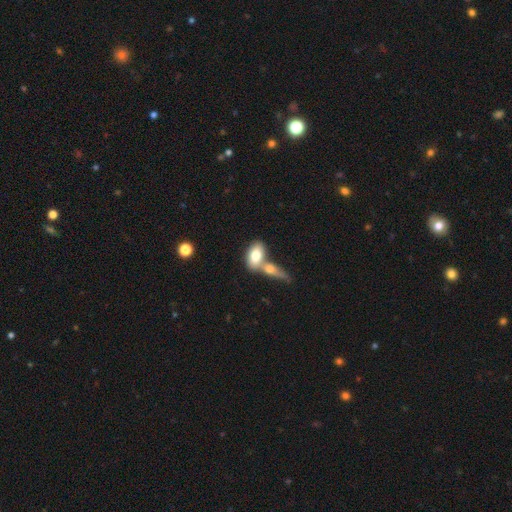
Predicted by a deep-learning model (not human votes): This is likely a smooth galaxy (74%). How rounded: clearly in between (88%). Merging: possibly merger (57%).